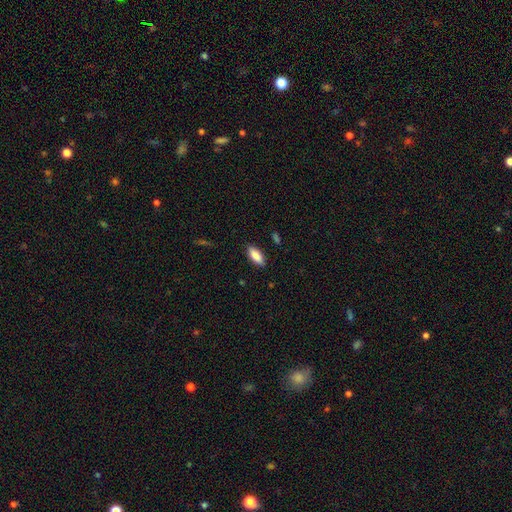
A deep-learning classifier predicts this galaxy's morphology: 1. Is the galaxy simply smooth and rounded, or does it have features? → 86% smooth, 7% featured or disk, 6% star or artifact.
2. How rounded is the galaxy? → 76% in between, 22% cigar-shaped, 2% round.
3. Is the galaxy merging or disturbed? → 87% none, 9% minor disturbance, 2% major disturbance, 1% merger.